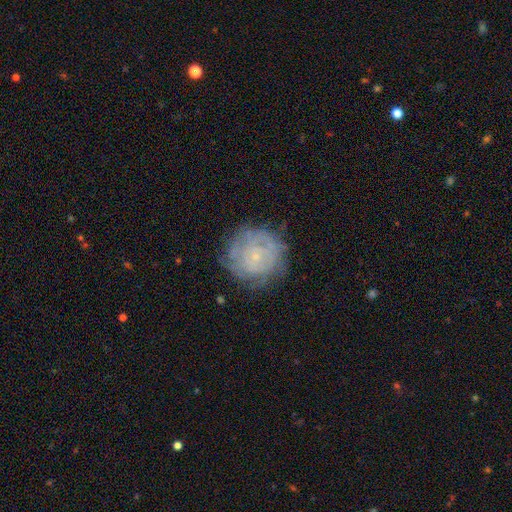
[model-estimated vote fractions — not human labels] Morphology: type=featured or disk (60%); edge-on=no (97%); bar=no (83%); spiral arms=yes (71%); bulge=small (82%); merging=none (73%).